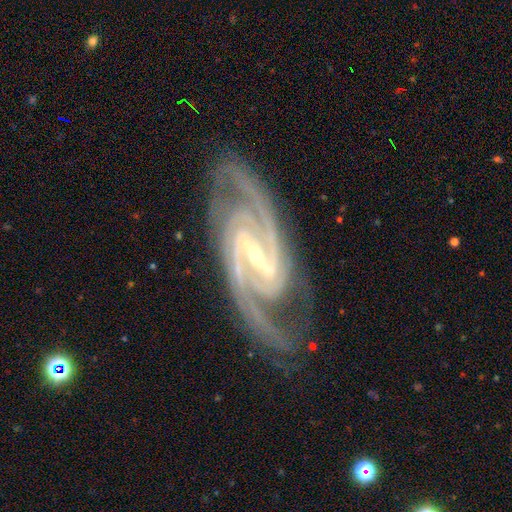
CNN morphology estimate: A featured or disk galaxy (94%) with a strong bar (64%), 2 (68%) medium (50%) spiral arms (99%) and a small central bulge (75%).

Vote fractions:
- Smooth or featured? featured or disk: 94% / star or artifact: 4% / smooth: 2%
- Edge-on disk? no: 96% / yes: 4%
- Bar? strong: 64% / weak: 28% / no: 9%
- Spiral arms? yes: 99% / no: 1%
- Spiral winding? medium: 50% / tight: 43% / loose: 7%
- Spiral arm count? 2: 68% / 3: 14% / 4: 6% / can't tell: 5% / more than 4: 4% / 1: 4%
- Bulge size? small: 75% / moderate: 21% / none: 2% / large: 1% / dominant: 1%
- Merging? none: 80% / minor disturbance: 14% / major disturbance: 5% / merger: 1%